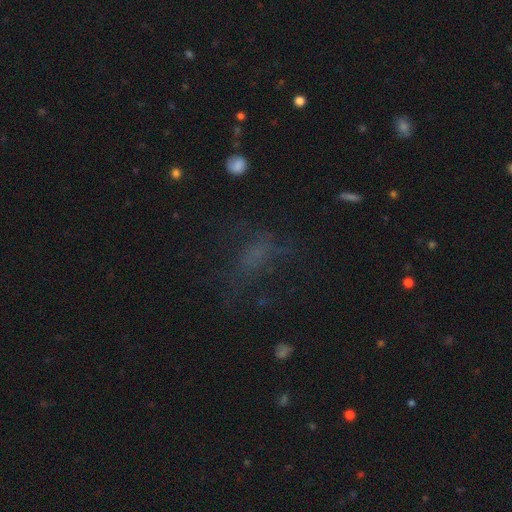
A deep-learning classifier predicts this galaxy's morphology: smooth_or_featured: smooth (p=0.42) [alt: star or artifact p=0.31]
merging: none (p=0.47) [alt: major disturbance p=0.32]